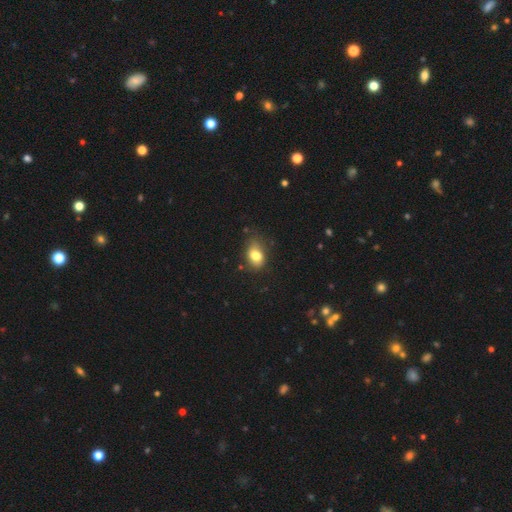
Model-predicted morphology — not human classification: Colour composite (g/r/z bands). It shows a smooth galaxy with no disk features (79%) that is in between round and cigar-shaped (76%). Merging: none (62%).